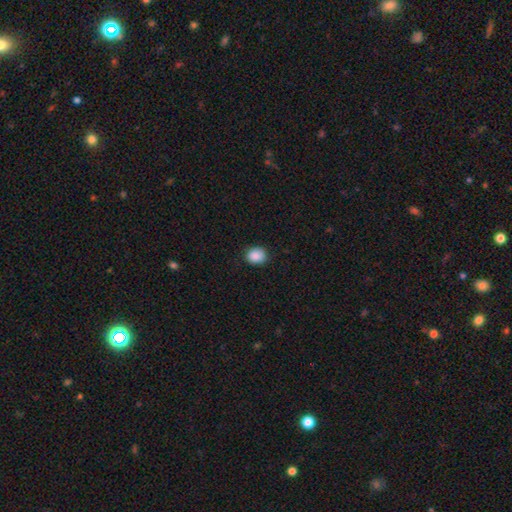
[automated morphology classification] smooth-or-featured: smooth: 88% | star or artifact: 8% | featured or disk: 3%
  how-rounded: round: 69% | in between: 30% | cigar-shaped: 1%
  merging: none: 85% | minor disturbance: 12% | major disturbance: 3% | merger: 1%